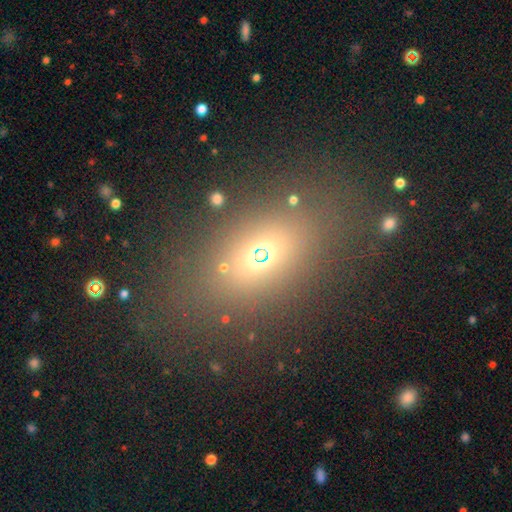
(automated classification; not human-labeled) This appears to be a smooth galaxy with no disk features (57%) that is in between round and cigar-shaped (63%). Merging: none (80%).